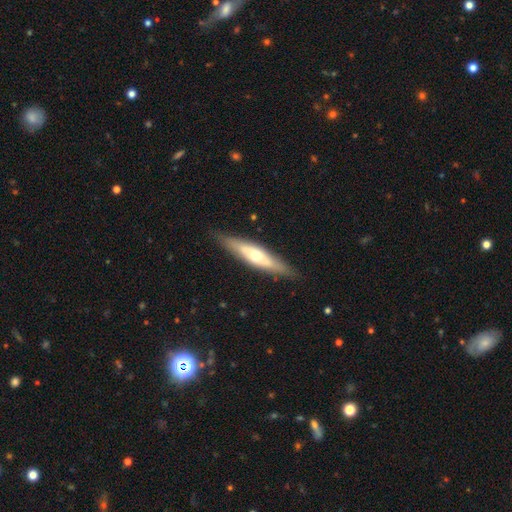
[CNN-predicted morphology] smooth_or_featured: featured or disk (p=0.55) [alt: smooth p=0.40]
disk_edge_on: yes (p=0.75) [alt: no p=0.25]
merging: none (p=0.85) [alt: minor disturbance p=0.11]